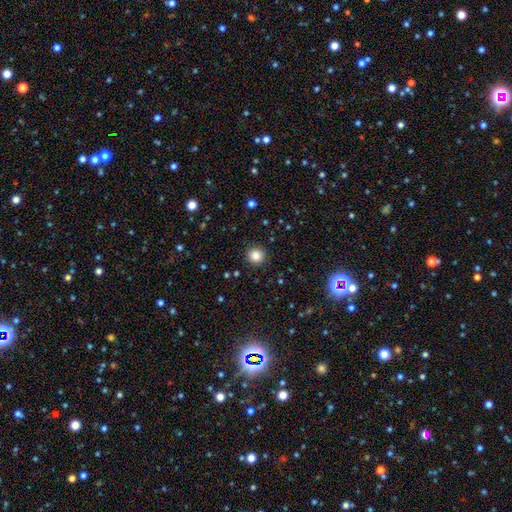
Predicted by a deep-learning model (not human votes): Overall: smooth (84%). How rounded: round (94%). Merging: none (91%).